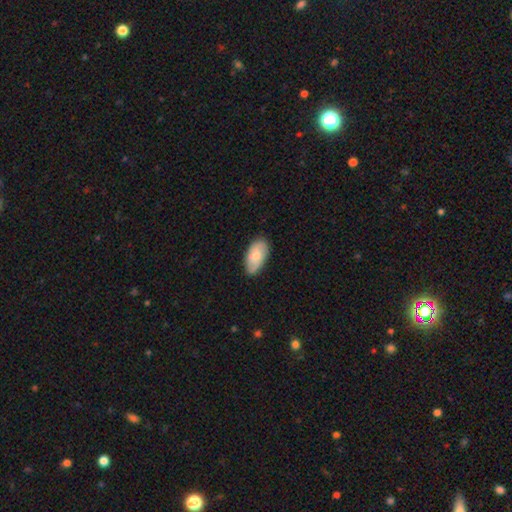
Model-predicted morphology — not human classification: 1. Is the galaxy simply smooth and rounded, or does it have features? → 75% smooth, 20% featured or disk, 6% star or artifact.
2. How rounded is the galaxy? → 94% in between, 3% cigar-shaped, 2% round.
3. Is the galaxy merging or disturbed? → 80% none, 16% minor disturbance, 2% major disturbance, 1% merger.